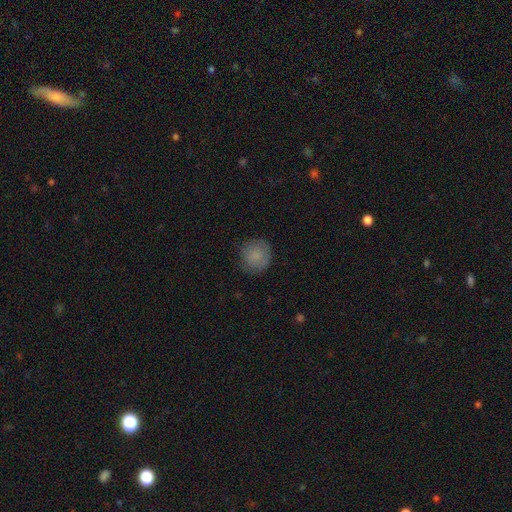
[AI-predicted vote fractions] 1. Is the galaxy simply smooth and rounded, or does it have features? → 85% smooth, 8% star or artifact, 7% featured or disk.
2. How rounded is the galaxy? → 92% round, 7% in between, 1% cigar-shaped.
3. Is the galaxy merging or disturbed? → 82% none, 14% minor disturbance, 3% major disturbance, 1% merger.